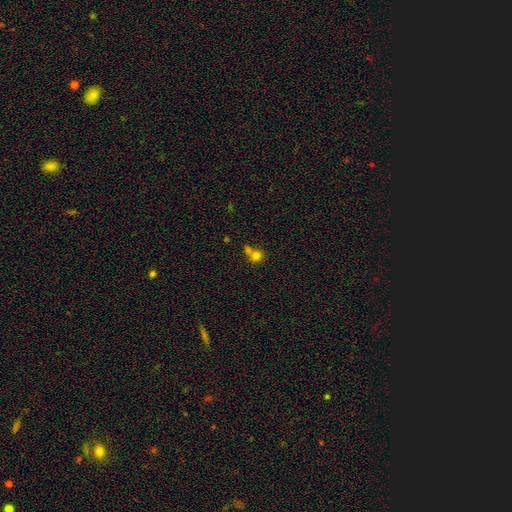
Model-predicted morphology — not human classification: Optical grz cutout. It shows a smooth galaxy with no disk features (70%) that is round (81%). Merging: none (43%).